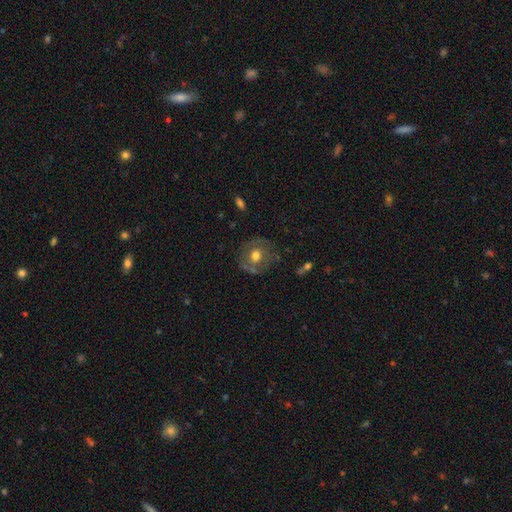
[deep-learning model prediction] smooth 50%, featured or disk 41%, star or artifact 9%. Down the decision tree: how rounded — round (84%); merging — none (73%).